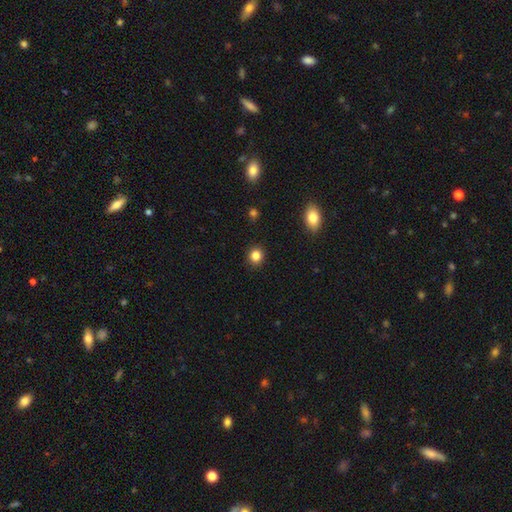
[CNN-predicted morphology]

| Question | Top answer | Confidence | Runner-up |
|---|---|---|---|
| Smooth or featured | smooth | 85% | star or artifact (11%) |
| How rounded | round | 81% | in between (18%) |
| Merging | none | 91% | minor disturbance (6%) |